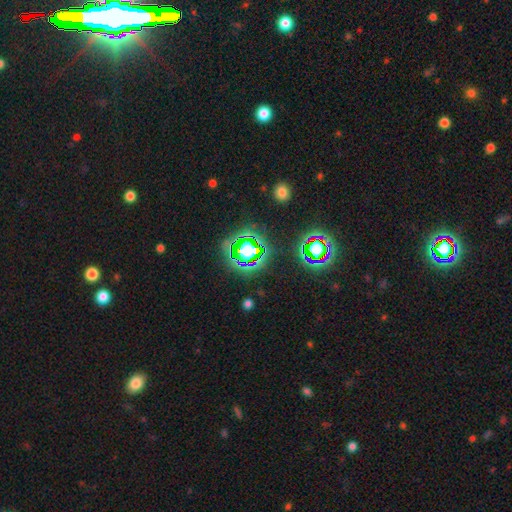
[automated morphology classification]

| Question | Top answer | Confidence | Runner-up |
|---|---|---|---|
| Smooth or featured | star or artifact | 72% | smooth (16%) |